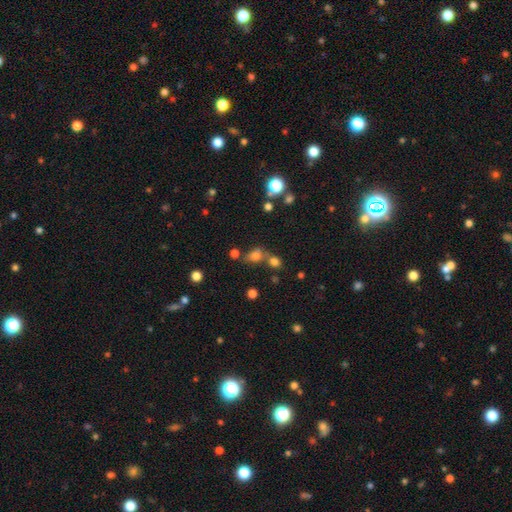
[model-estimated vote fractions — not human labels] This appears to be a smooth galaxy with no disk features (70%) that is in between round and cigar-shaped (51%). Merging: none (53%).